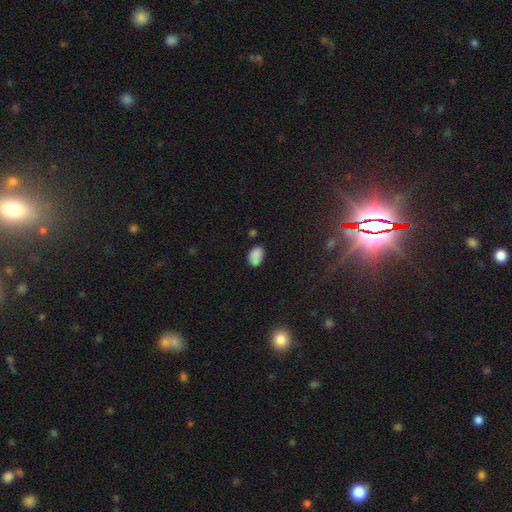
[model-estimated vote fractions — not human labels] Smooth or featured?
  - smooth: 87% *
  - star or artifact: 9%
  - featured or disk: 3%
How rounded?
  - in between: 88% *
  - round: 11%
  - cigar-shaped: 1%
Merging?
  - none: 78% *
  - minor disturbance: 17%
  - major disturbance: 3%
  - merger: 2%